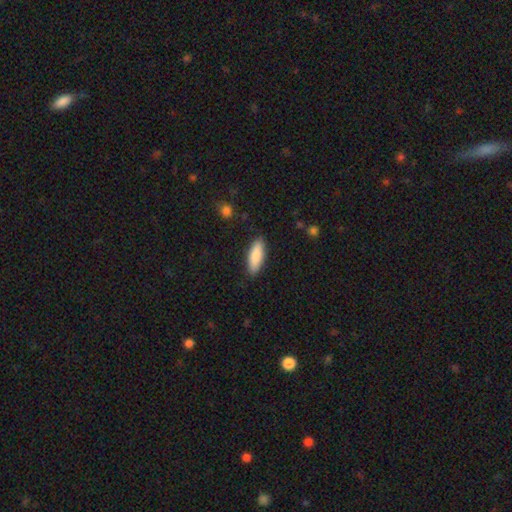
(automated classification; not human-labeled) The model was most divided on "how rounded": in between: 57%, cigar-shaped: 42%, round: 2%. More confident: merging — none (88%); smooth or featured — smooth (85%).